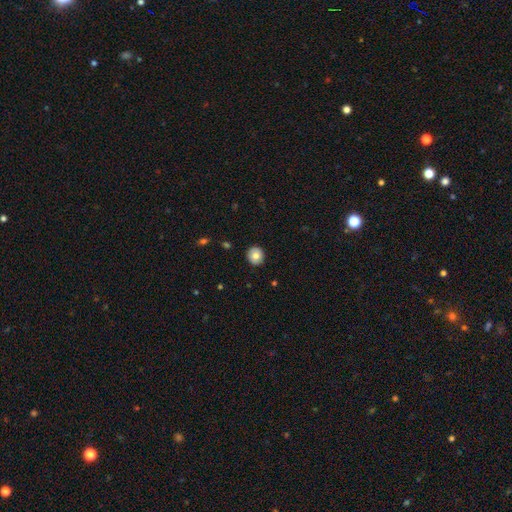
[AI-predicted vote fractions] smooth-or-featured: smooth: 77% | featured or disk: 14% | star or artifact: 8%
  how-rounded: round: 89% | in between: 10% | cigar-shaped: 1%
  merging: none: 91% | minor disturbance: 7% | major disturbance: 2% | merger: 1%